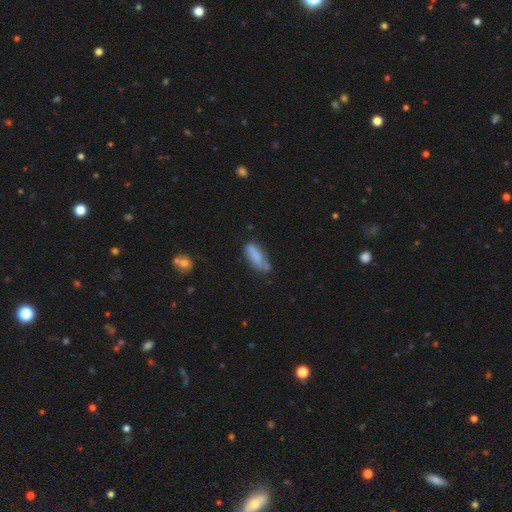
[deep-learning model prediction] A smooth galaxy with no disk features (79%) that is in between round and cigar-shaped (61%). Merging: none (54%).